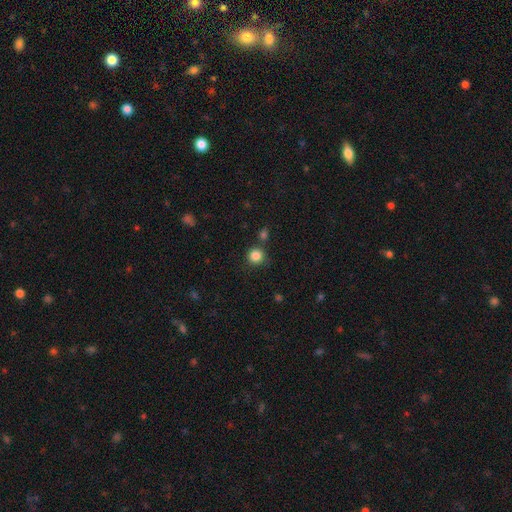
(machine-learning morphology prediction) smooth 85%, star or artifact 11%, featured or disk 4%. Down the decision tree: how rounded — round (93%); merging — none (81%).